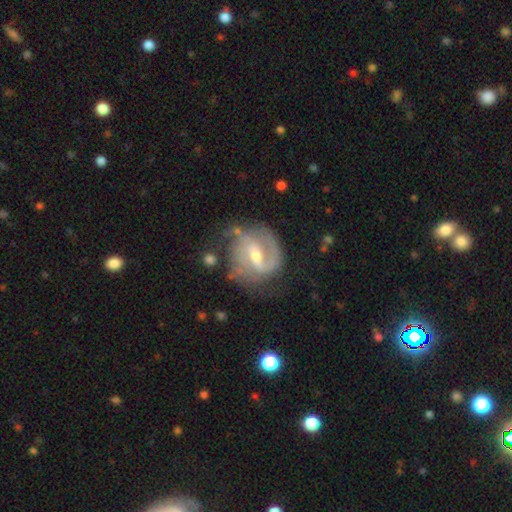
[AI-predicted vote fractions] smooth-or-featured: featured or disk: 86% | smooth: 8% | star or artifact: 6%
  disk-edge-on: no: 98% | yes: 2%
    bar: weak: 54% | strong: 31% | no: 15%
    has-spiral-arms: yes: 95% | no: 5%
      spiral-winding: medium: 49% | tight: 29% | loose: 22%
      spiral-arm-count: 2: 65% | 1: 13% | can't tell: 11% | 3: 7% | 4: 2% | more than 4: 2%
    bulge-size: moderate: 53% | small: 42% | large: 2% | none: 2% | dominant: 1%
  merging: none: 62% | minor disturbance: 22% | major disturbance: 13% | merger: 3%